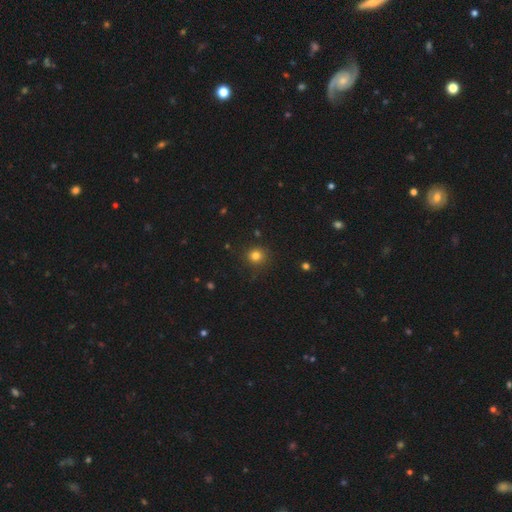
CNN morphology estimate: smooth 80%, star or artifact 15%, featured or disk 5%. Down the decision tree: how rounded — round (90%); merging — none (88%).